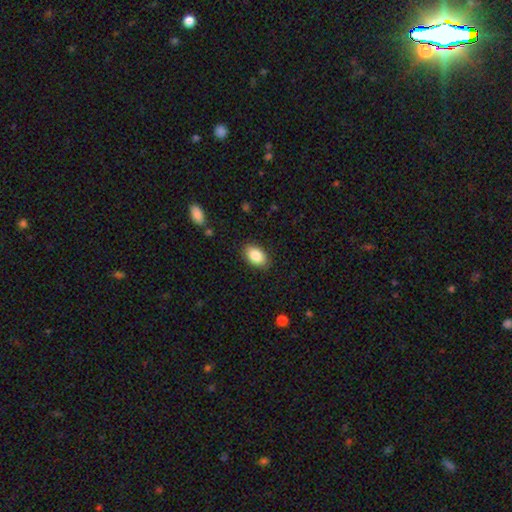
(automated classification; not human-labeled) The model was most divided on "merging": none: 87%, minor disturbance: 10%, major disturbance: 3%, merger: 1%. More confident: how rounded — in between (91%); smooth or featured — smooth (87%).